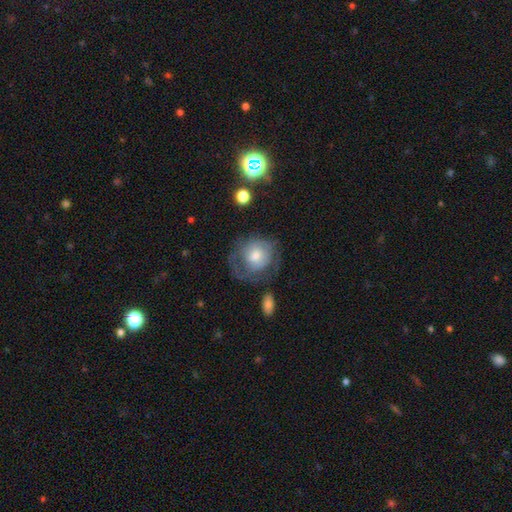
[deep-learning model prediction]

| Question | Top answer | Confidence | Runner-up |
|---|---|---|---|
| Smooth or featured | featured or disk | 49% | smooth (41%) |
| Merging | none | 53% | minor disturbance (22%) |